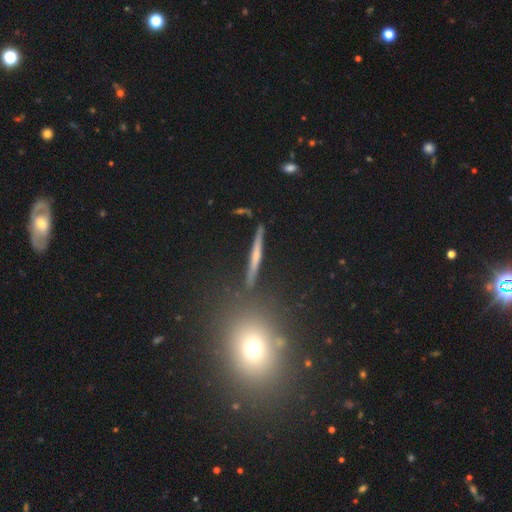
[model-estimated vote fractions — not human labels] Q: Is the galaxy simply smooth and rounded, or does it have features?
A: featured or disk — 55%.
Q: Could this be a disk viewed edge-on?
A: yes — 94%.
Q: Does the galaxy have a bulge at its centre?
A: none — 47%.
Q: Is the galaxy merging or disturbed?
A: none — 86%.